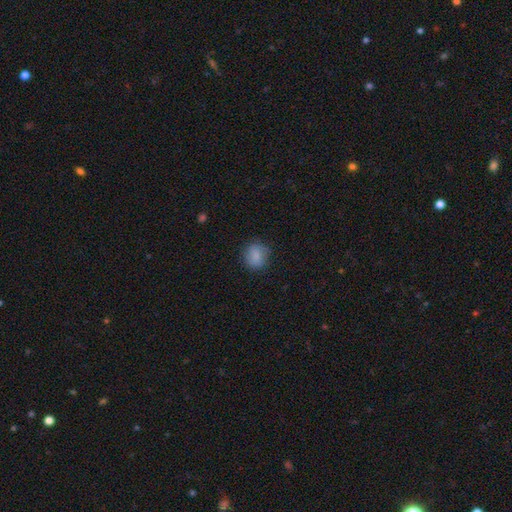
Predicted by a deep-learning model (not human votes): Overall: smooth (84%). How rounded: round (76%). Merging: none (81%).